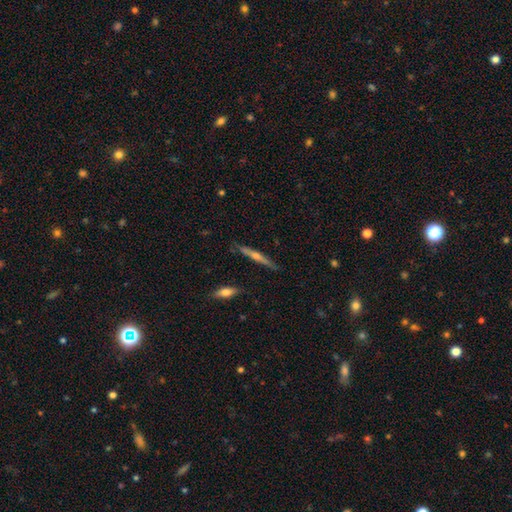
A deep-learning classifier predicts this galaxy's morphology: This is likely a featured or disk galaxy (70%). It is clearly viewed edge-on (96%). Edge-on bulge: clearly rounded (84%). Merging: clearly none (86%).